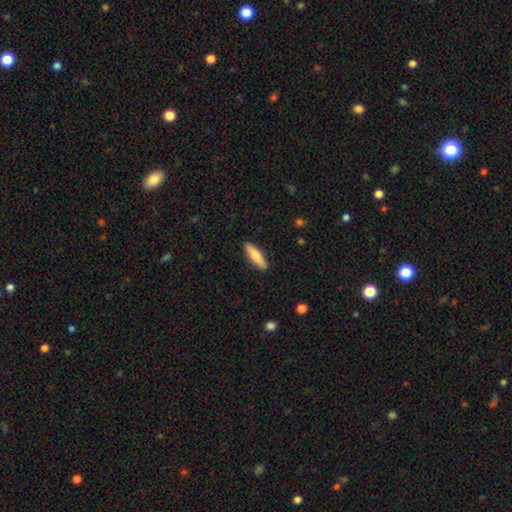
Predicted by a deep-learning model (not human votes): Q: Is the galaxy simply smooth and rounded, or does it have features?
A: smooth — 77%.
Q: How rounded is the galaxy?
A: cigar-shaped — 64%.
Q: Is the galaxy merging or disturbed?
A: none — 90%.